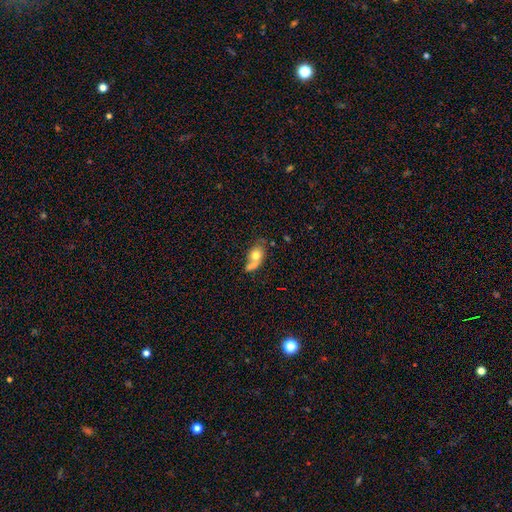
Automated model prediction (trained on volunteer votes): A smooth galaxy with no disk features (61%) that is in between round and cigar-shaped (73%).

Vote fractions:
- Smooth or featured? smooth: 61% / featured or disk: 30% / star or artifact: 9%
- How rounded? in between: 73% / round: 22% / cigar-shaped: 5%
- Merging? merger: 37% / none: 29% / minor disturbance: 17% / major disturbance: 17%